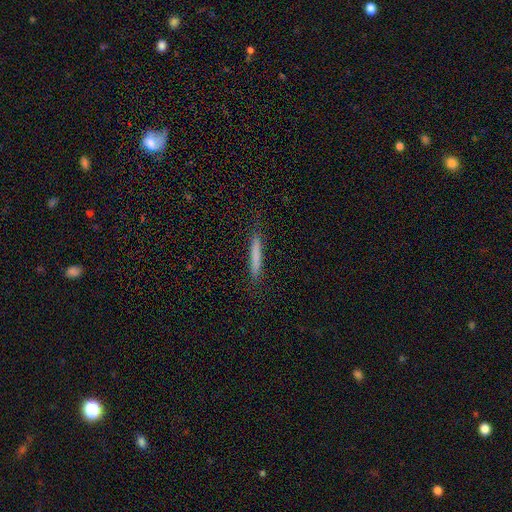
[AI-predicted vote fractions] Smooth or featured? Predicted: smooth (p=0.74). How rounded? Predicted: cigar-shaped (p=0.95). Merging? Predicted: none (p=0.86).